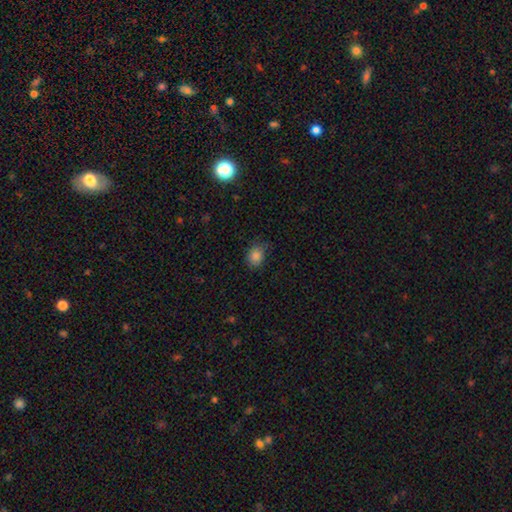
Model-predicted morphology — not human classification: This appears to be a smooth galaxy with no disk features (85%) that is round (55%). Merging: none (72%).